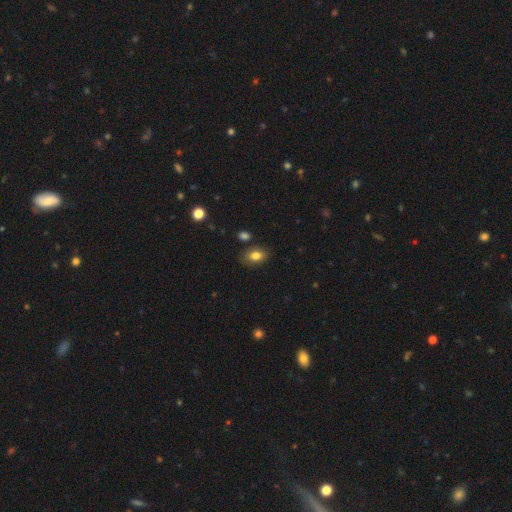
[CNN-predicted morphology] Smooth or featured: smooth — 81% (star or artifact — 9%)
How rounded: in between — 83% (round — 15%)
Merging: none — 80% (minor disturbance — 13%)